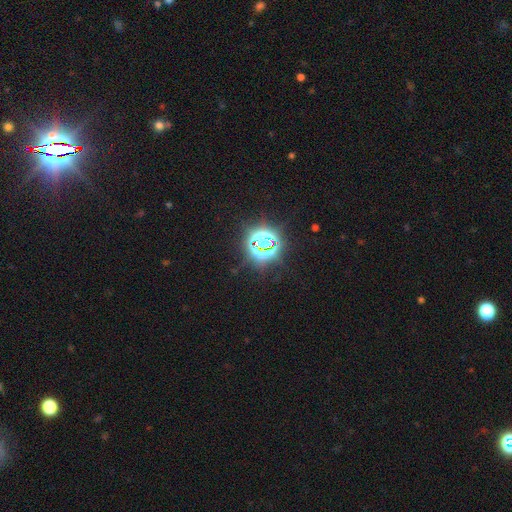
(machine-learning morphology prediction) The model was most divided on "smooth or featured": star or artifact: 82%, smooth: 12%, featured or disk: 7%.